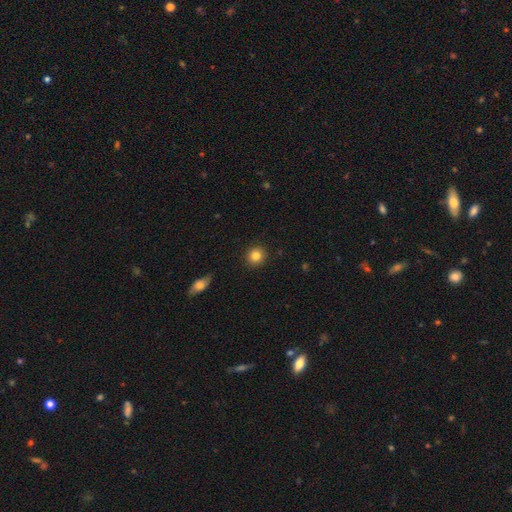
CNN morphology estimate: smooth-or-featured: smooth: 84% | star or artifact: 10% | featured or disk: 6%
  how-rounded: round: 90% | in between: 9% | cigar-shaped: 1%
  merging: none: 91% | minor disturbance: 6% | major disturbance: 2% | merger: 1%